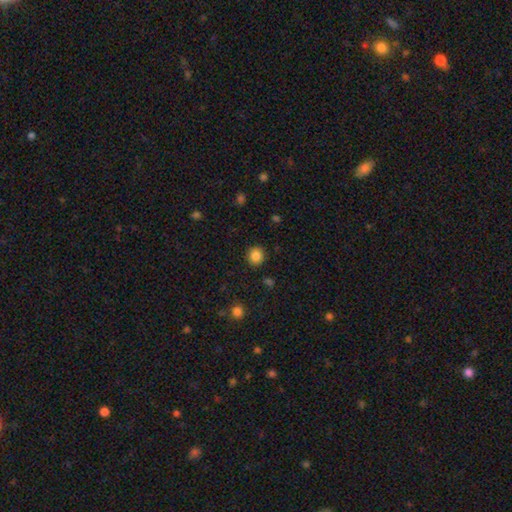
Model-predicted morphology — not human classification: smooth 86%, star or artifact 10%, featured or disk 4%. Down the decision tree: how rounded — round (87%); merging — none (90%).